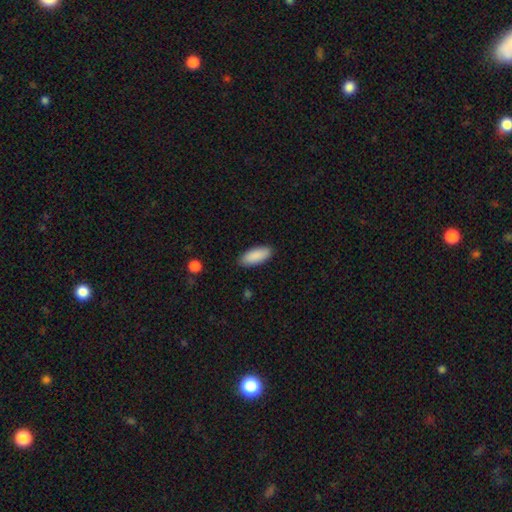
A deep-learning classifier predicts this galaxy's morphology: Overall: smooth (90%). How rounded: in between (82%). Merging: none (88%).